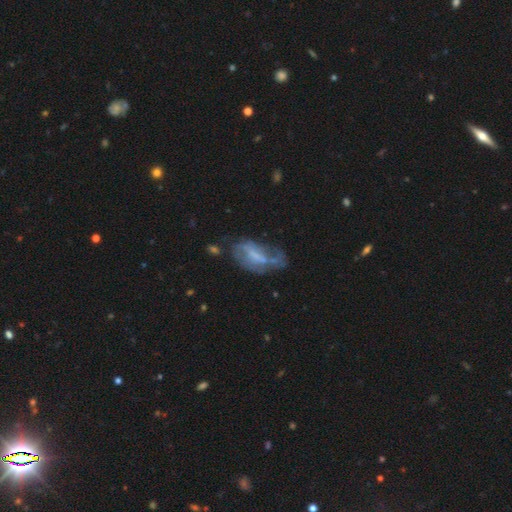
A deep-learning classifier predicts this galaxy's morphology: featured or disk 60%, smooth 30%, star or artifact 10%. Down the decision tree: edge-on disk — no (93%); bar — weak (40%); spiral arms — yes (54%); bulge size — none (44%); merging — none (36%).